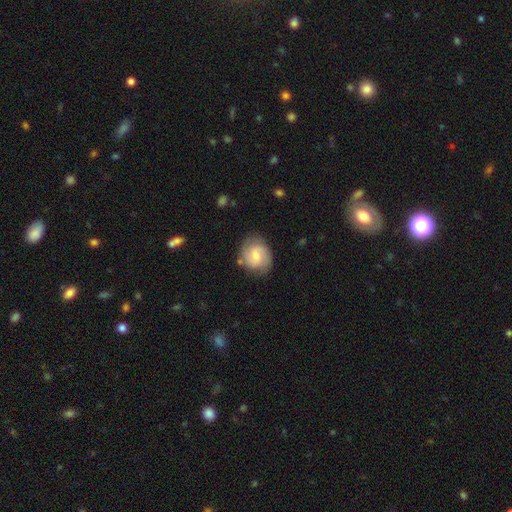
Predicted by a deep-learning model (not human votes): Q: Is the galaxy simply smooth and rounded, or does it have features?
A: featured or disk — 60%.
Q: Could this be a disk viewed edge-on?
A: no — 98%.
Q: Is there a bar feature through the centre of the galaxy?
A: weak — 57%.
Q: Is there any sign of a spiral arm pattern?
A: yes — 91%.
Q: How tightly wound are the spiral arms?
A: medium — 47%.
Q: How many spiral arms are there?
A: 2 — 81%.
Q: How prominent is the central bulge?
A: moderate — 45%.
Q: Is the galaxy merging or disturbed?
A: none — 76%.